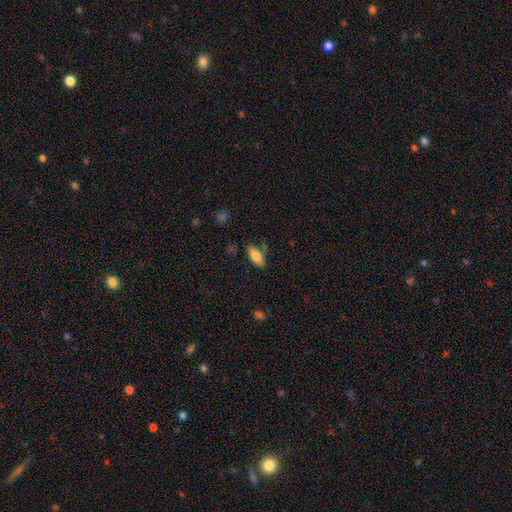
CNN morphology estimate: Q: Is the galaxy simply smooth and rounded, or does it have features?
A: smooth — 79%.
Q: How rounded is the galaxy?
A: in between — 85%.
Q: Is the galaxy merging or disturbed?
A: none — 63%.